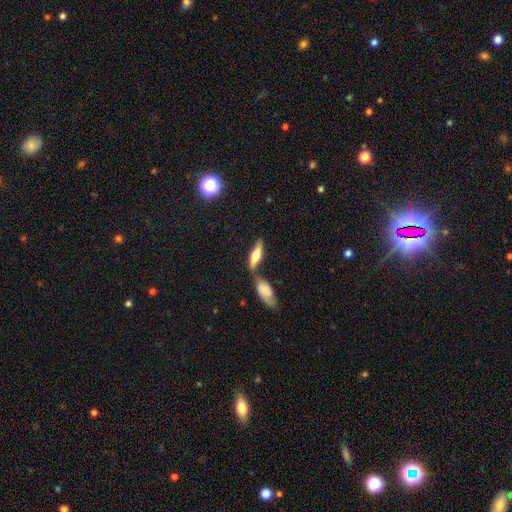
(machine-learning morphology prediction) A smooth galaxy with no disk features (52%) that is in between round and cigar-shaped (49%, tied with cigar-shaped). Merging: none (51%).